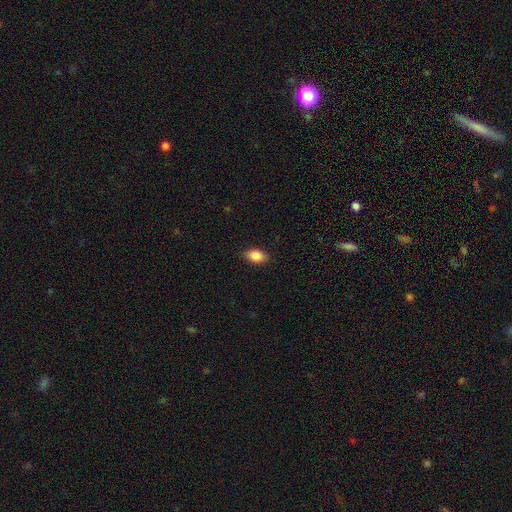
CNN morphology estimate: type=smooth (89%); roundness=in between (91%); merging=none (87%).